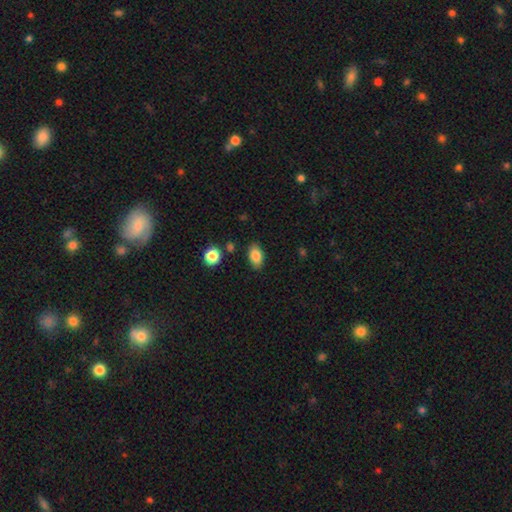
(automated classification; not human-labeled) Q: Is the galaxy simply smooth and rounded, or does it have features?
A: smooth — 86%.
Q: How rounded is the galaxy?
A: in between — 89%.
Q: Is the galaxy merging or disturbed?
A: none — 84%.